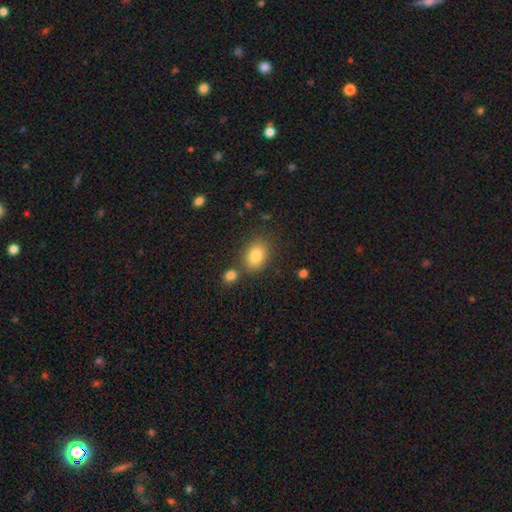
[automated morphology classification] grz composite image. It shows a smooth galaxy with no disk features (83%) that is in between round and cigar-shaped (71%). Merging: none (73%).